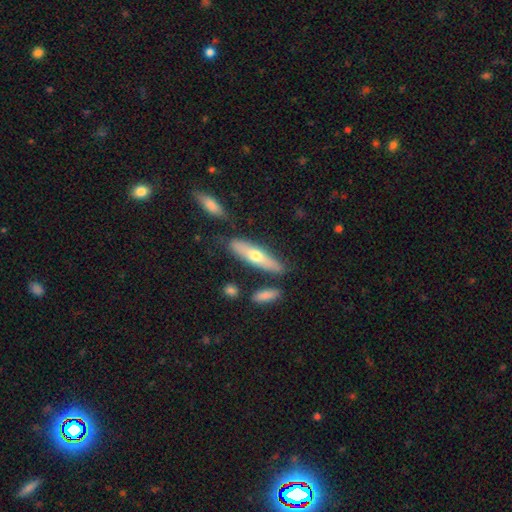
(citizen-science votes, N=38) A featured or disk galaxy (66%) viewed edge-on (80%) with a rounded central bulge (90%). Merging: none (78%).